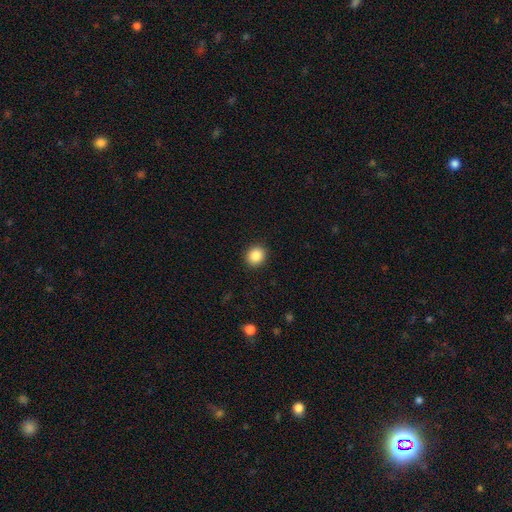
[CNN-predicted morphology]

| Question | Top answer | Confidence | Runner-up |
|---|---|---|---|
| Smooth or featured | smooth | 87% | star or artifact (9%) |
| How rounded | round | 80% | in between (19%) |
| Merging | none | 92% | minor disturbance (6%) |